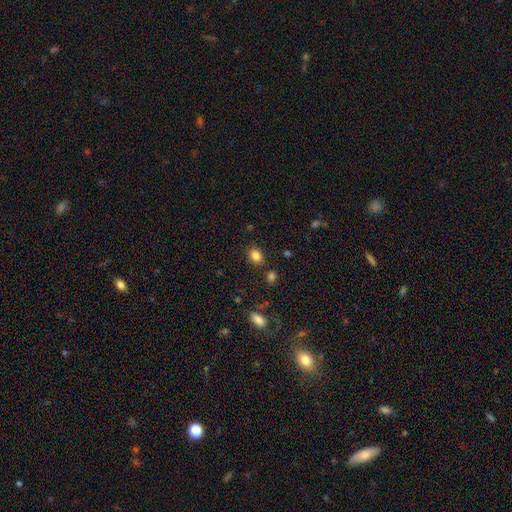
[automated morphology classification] This appears to be a smooth galaxy with no disk features (84%) that is in between round and cigar-shaped (56%). Merging: none (84%).